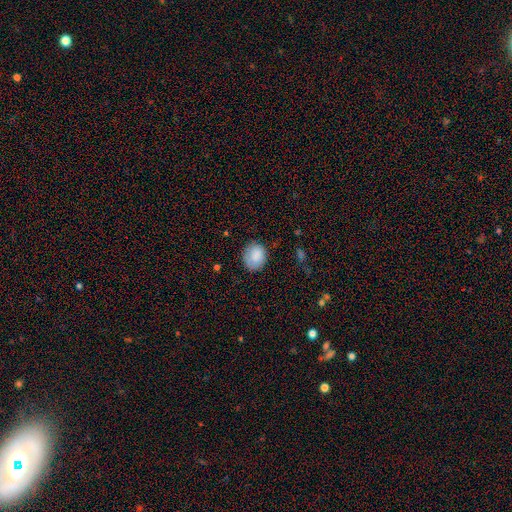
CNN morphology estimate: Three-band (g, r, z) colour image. It shows a smooth galaxy with no disk features (86%) that is round (61%). Merging: none (76%).